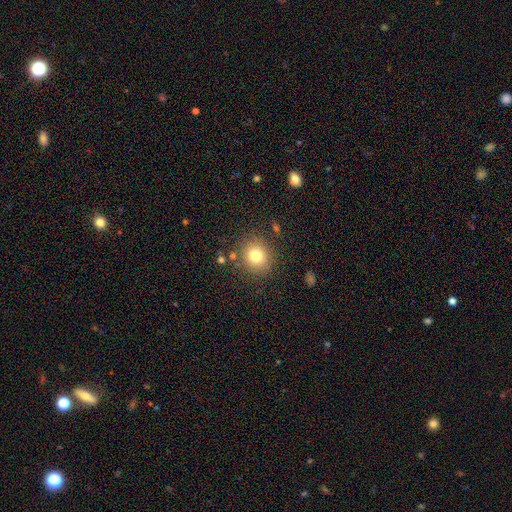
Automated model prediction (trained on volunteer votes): A smooth galaxy with no disk features (77%) that is round (85%).

Vote fractions:
- Smooth or featured? smooth: 77% / star or artifact: 13% / featured or disk: 10%
- How rounded? round: 85% / in between: 14% / cigar-shaped: 1%
- Merging? none: 83% / minor disturbance: 10% / major disturbance: 4% / merger: 3%